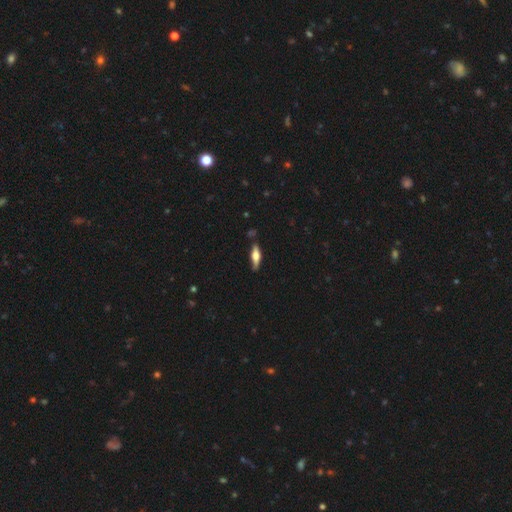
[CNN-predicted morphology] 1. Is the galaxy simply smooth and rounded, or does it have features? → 51% featured or disk, 43% smooth, 6% star or artifact.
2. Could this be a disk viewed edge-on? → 92% yes, 8% no.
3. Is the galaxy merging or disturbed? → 80% none, 15% minor disturbance, 3% major disturbance, 2% merger.